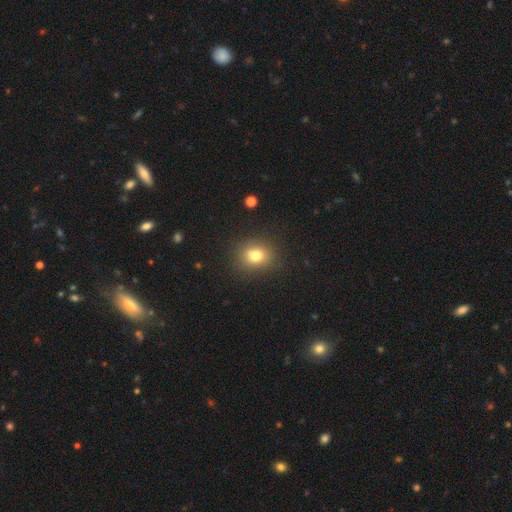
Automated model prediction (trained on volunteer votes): smooth 76%, star or artifact 13%, featured or disk 10%. Down the decision tree: how rounded — round (68%); merging — none (84%).